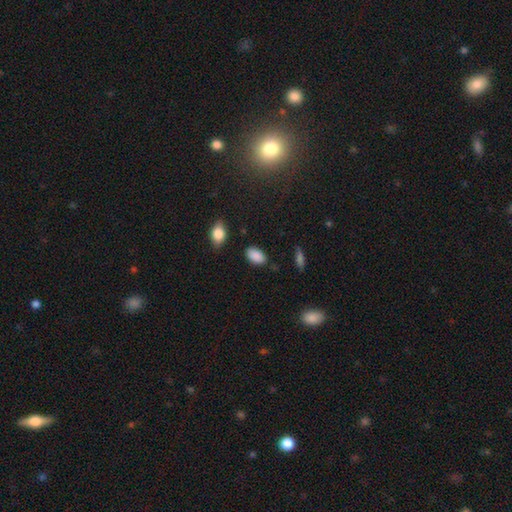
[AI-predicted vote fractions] This is clearly a smooth galaxy (89%). How rounded: clearly in between (92%). Merging: clearly none (82%).